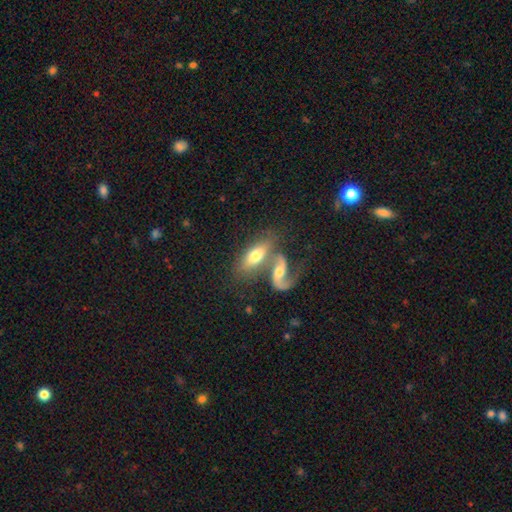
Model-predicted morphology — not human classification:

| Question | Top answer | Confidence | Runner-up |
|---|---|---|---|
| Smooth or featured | smooth | 51% | featured or disk (43%) |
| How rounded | in between | 76% | cigar-shaped (19%) |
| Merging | merger | 58% | none (27%) |